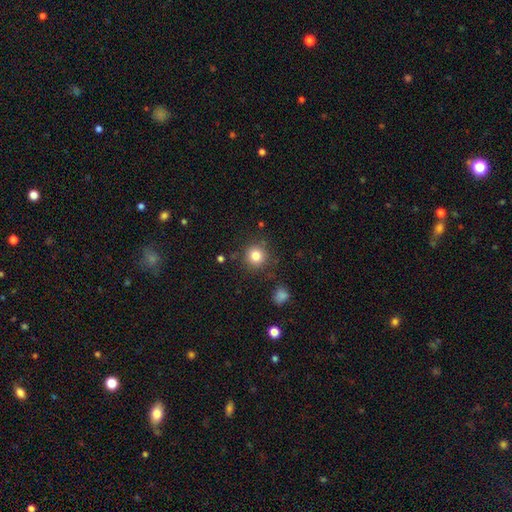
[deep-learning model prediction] smooth-or-featured: smooth: 83% | star or artifact: 11% | featured or disk: 6%
  how-rounded: round: 93% | in between: 6% | cigar-shaped: 1%
  merging: none: 85% | minor disturbance: 9% | major disturbance: 3% | merger: 3%